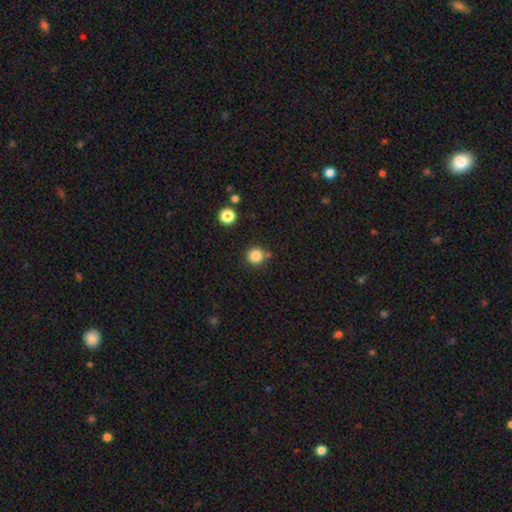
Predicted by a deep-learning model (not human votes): smooth-or-featured: smooth: 85% | star or artifact: 11% | featured or disk: 4%
  how-rounded: round: 95% | in between: 4% | cigar-shaped: 1%
  merging: none: 83% | minor disturbance: 8% | merger: 7% | major disturbance: 3%